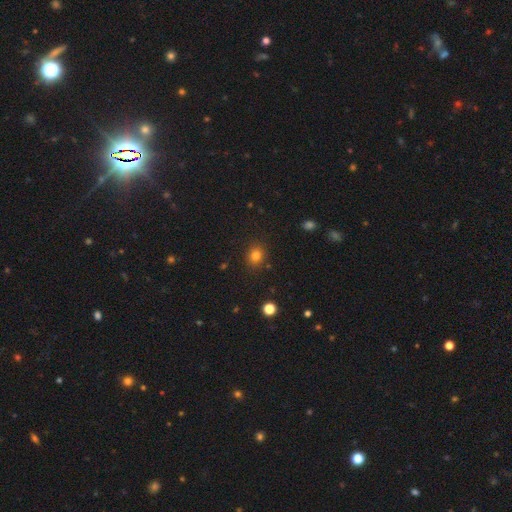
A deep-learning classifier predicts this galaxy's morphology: Smooth or featured?
  - smooth: 80% *
  - star or artifact: 14%
  - featured or disk: 6%
How rounded?
  - round: 69% *
  - in between: 30%
  - cigar-shaped: 1%
Merging?
  - none: 87% *
  - minor disturbance: 9%
  - major disturbance: 3%
  - merger: 2%